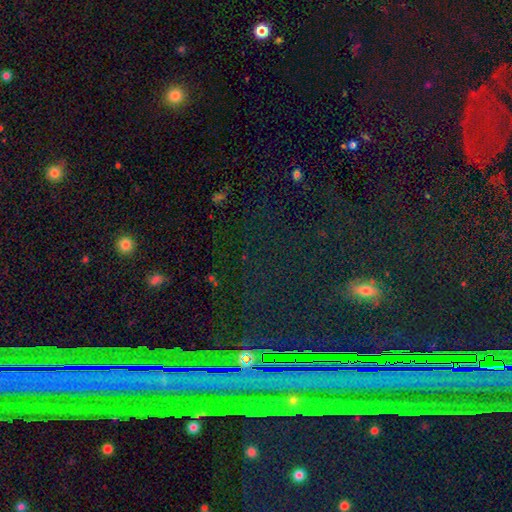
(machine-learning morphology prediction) Overall: star or artifact (76%).